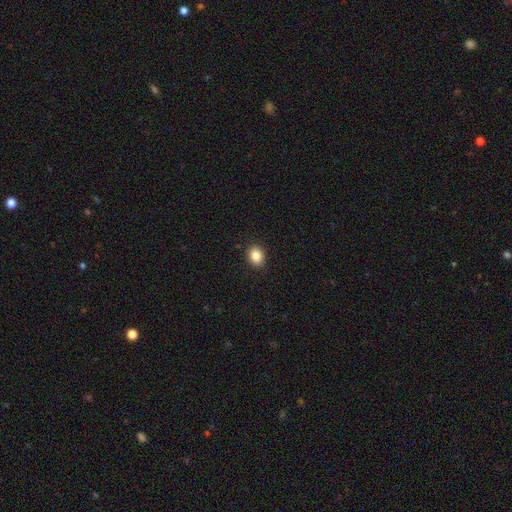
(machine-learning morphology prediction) smooth 85%, star or artifact 10%, featured or disk 5%. Down the decision tree: how rounded — round (56%); merging — none (90%).